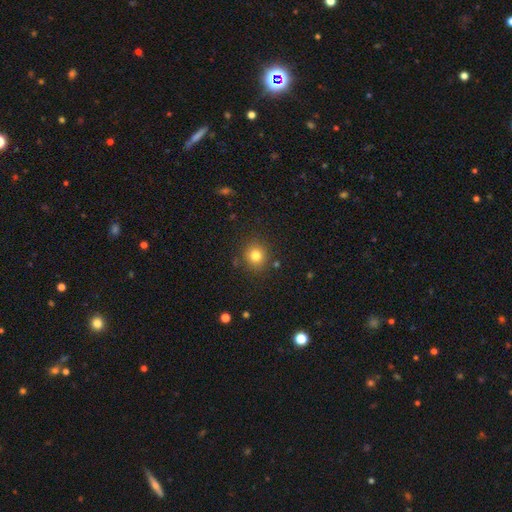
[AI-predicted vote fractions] Smooth or featured: smooth — 80% (star or artifact — 13%)
How rounded: round — 88% (in between — 11%)
Merging: none — 87% (minor disturbance — 8%)